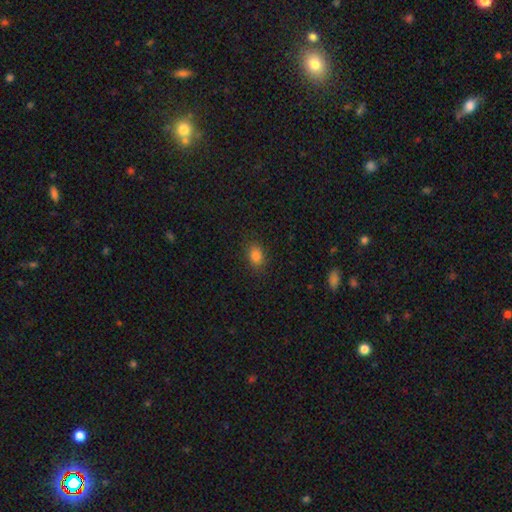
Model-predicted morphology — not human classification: smooth 83%, star or artifact 12%, featured or disk 5%. Down the decision tree: how rounded — in between (73%); merging — none (85%).